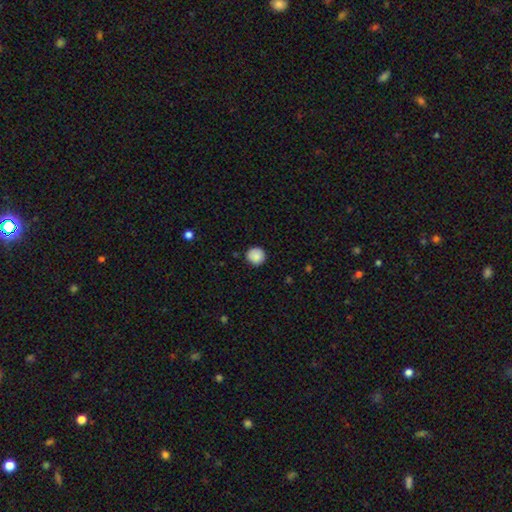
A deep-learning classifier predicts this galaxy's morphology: This appears to be a smooth galaxy with no disk features (88%) that is round (93%). Merging: none (89%).